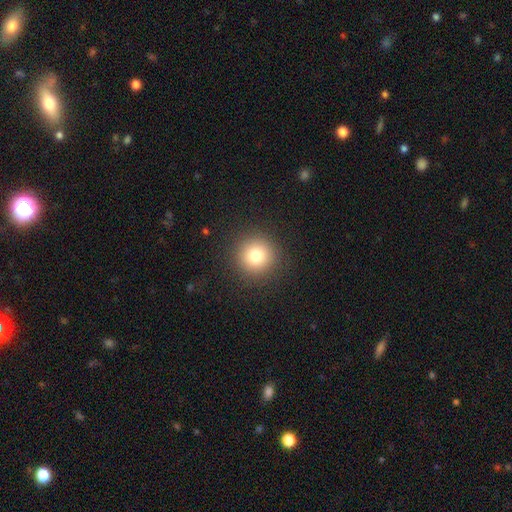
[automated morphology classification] type=smooth (80%); roundness=round (95%); merging=none (91%).